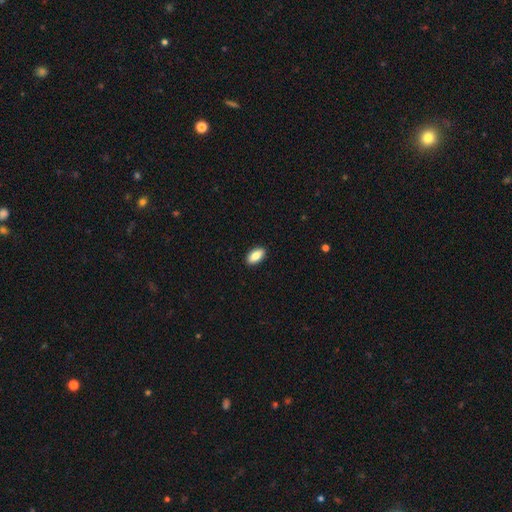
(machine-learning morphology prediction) Smooth or featured? Predicted: smooth (p=0.84). How rounded? Predicted: in between (p=0.91). Merging? Predicted: none (p=0.91).